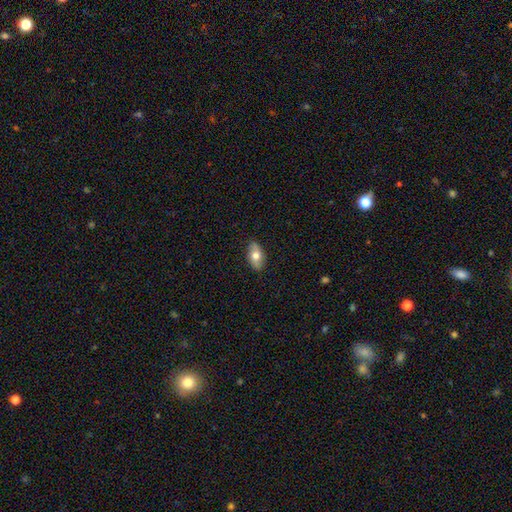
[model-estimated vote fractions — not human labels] smooth-or-featured: smooth: 66% | featured or disk: 27% | star or artifact: 7%
  how-rounded: in between: 90% | round: 6% | cigar-shaped: 4%
  merging: none: 86% | minor disturbance: 11% | major disturbance: 2% | merger: 1%